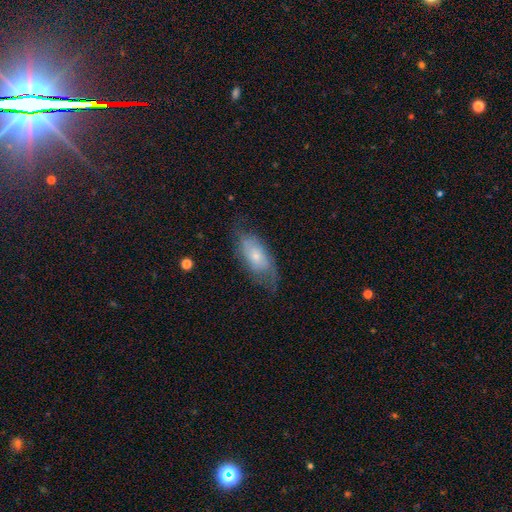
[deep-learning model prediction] Smooth or featured? Predicted: featured or disk (p=0.47). Merging? Predicted: none (p=0.57).